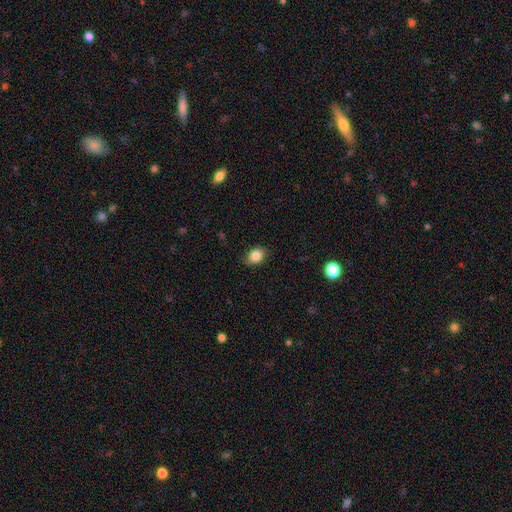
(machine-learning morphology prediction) The model was most divided on "how rounded": in between: 61%, round: 38%, cigar-shaped: 1%. More confident: merging — none (86%); smooth or featured — smooth (85%).